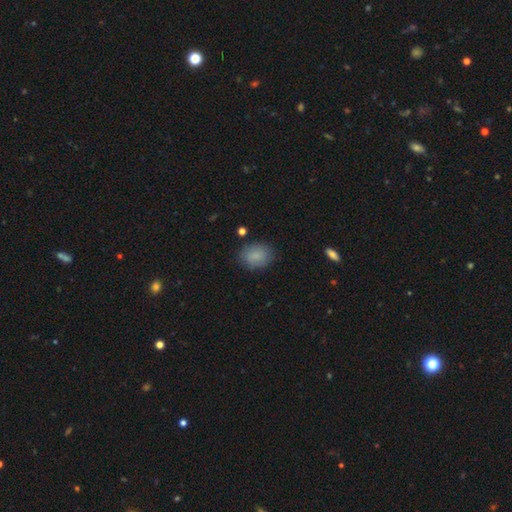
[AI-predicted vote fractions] Overall: smooth (85%). How rounded: in between (61%; round 38%). Merging: none (82%).